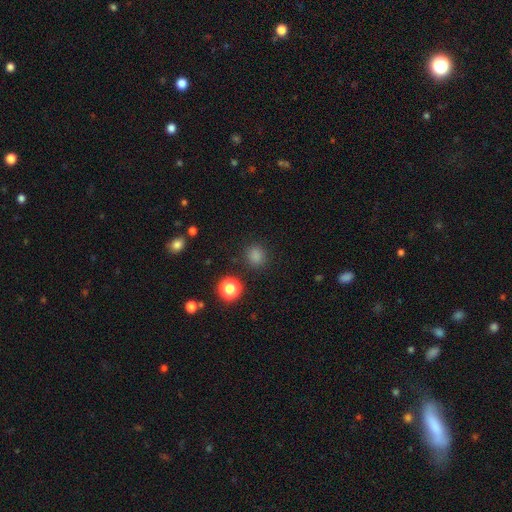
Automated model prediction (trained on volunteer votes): Smooth or featured?
  - smooth: 80% *
  - star or artifact: 16%
  - featured or disk: 4%
How rounded?
  - round: 86% *
  - in between: 13%
  - cigar-shaped: 1%
Merging?
  - none: 87% *
  - minor disturbance: 8%
  - major disturbance: 3%
  - merger: 2%